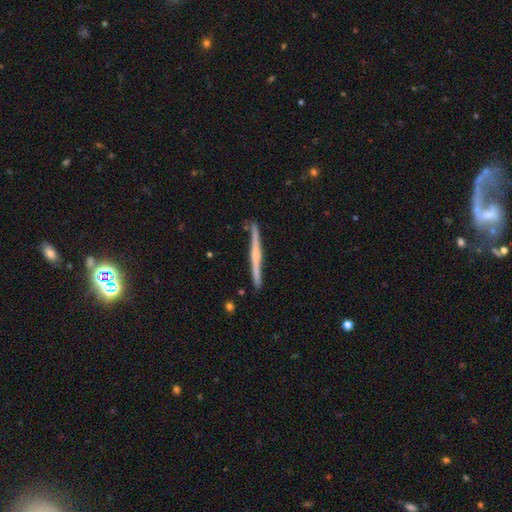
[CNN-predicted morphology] type=featured or disk (73%); edge-on=yes (98%); edge-on bulge=rounded (53%); merging=none (87%).